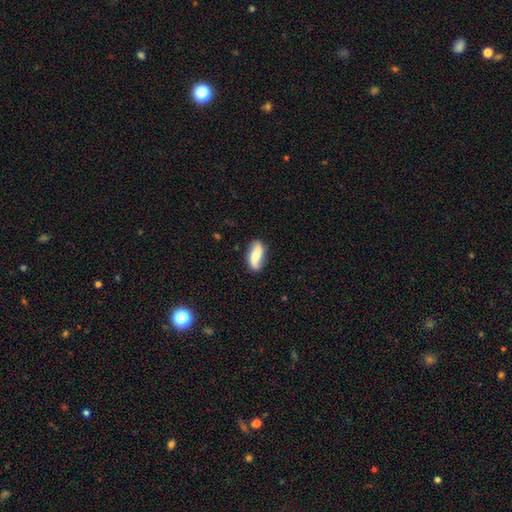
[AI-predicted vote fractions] smooth-or-featured: featured or disk: 47% | smooth: 45% | star or artifact: 7%
  merging: none: 78% | minor disturbance: 16% | major disturbance: 4% | merger: 2%